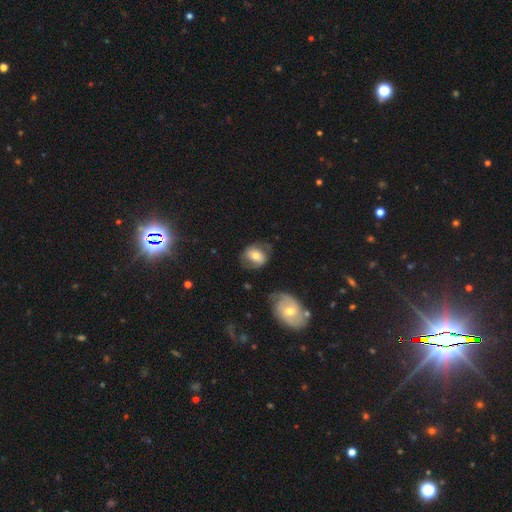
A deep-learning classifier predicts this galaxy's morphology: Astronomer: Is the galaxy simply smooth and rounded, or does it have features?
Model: smooth — 58% (runner-up: featured or disk, 35%).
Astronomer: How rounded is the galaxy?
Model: round — 51% (runner-up: in between, 48%).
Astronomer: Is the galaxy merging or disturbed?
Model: none — 63%.